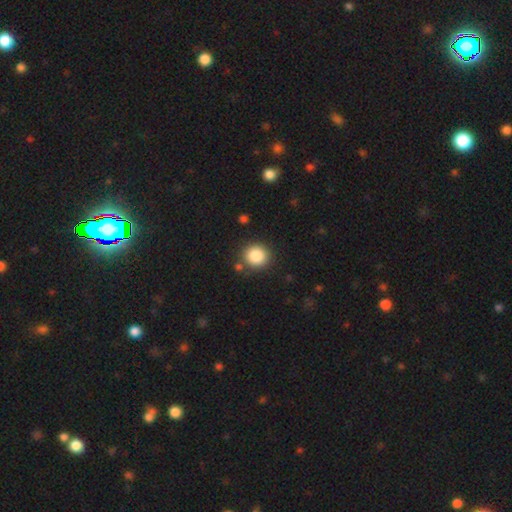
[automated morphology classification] type=smooth (86%); roundness=round (89%); merging=none (83%).